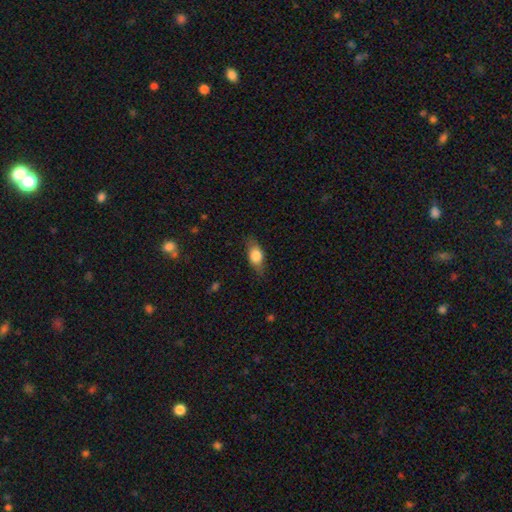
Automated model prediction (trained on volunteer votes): The model was most divided on "smooth or featured": smooth: 73%, featured or disk: 20%, star or artifact: 7%. More confident: how rounded — in between (80%); merging — none (77%).